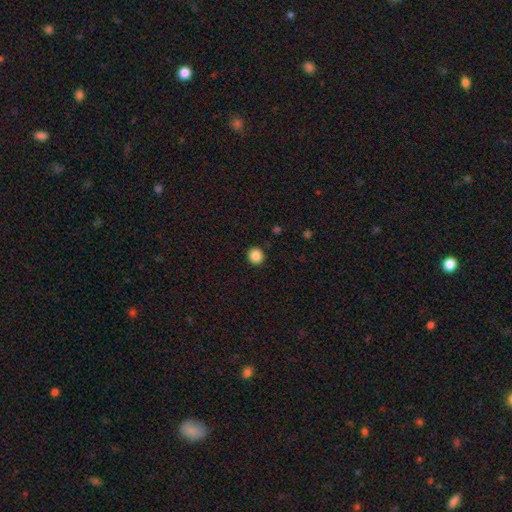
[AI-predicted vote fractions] Morphology: type=smooth (87%); roundness=round (92%); merging=none (91%).